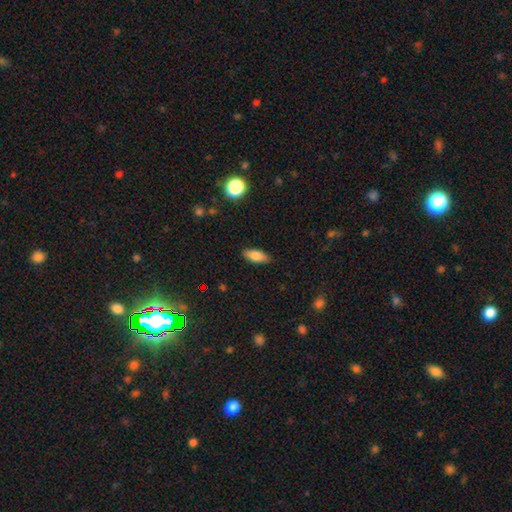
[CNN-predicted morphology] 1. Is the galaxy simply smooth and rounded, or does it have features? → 82% smooth, 11% featured or disk, 8% star or artifact.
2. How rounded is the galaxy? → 80% in between, 17% cigar-shaped, 3% round.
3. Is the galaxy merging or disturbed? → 86% none, 10% minor disturbance, 2% major disturbance, 1% merger.